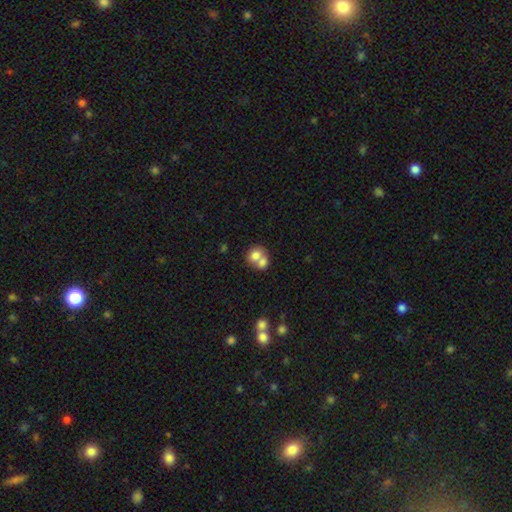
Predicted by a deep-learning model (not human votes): A smooth galaxy with no disk features (73%) that is round (60%).

Vote fractions:
- Smooth or featured? smooth: 73% / featured or disk: 18% / star or artifact: 9%
- How rounded? round: 60% / in between: 39% / cigar-shaped: 1%
- Merging? merger: 64% / none: 26% / minor disturbance: 7% / major disturbance: 3%